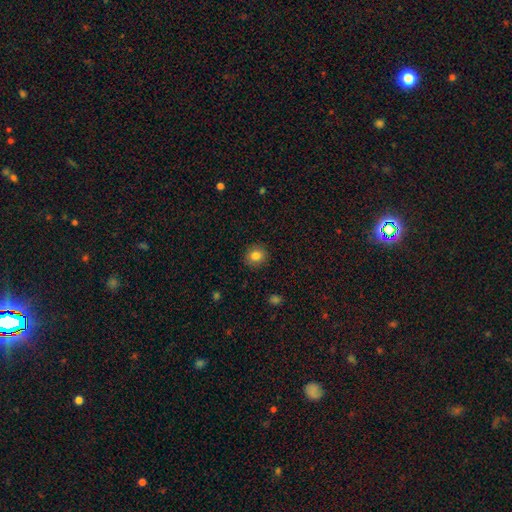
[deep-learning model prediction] Smooth or featured? smooth (83%)
How rounded? round (84%)
Merging? none (90%)